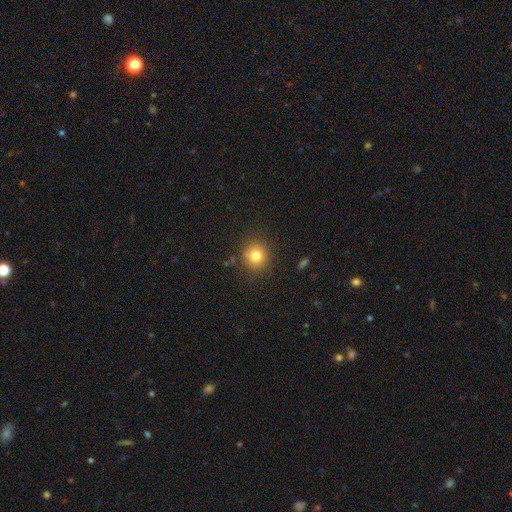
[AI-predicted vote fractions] Smooth or featured? smooth (78%)
How rounded? round (90%)
Merging? none (86%)